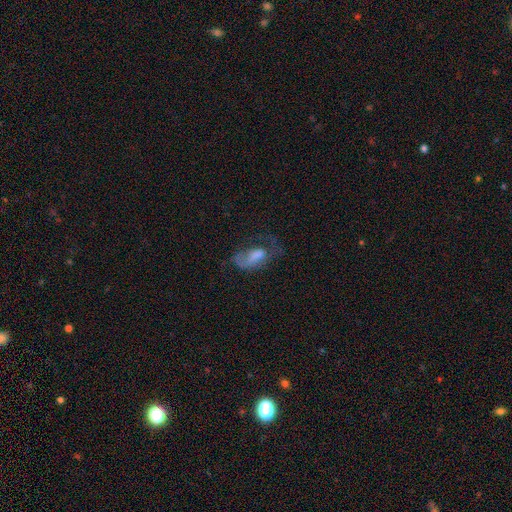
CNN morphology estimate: A featured or disk galaxy (46%).

Vote fractions:
- Smooth or featured? featured or disk: 46% / smooth: 40% / star or artifact: 13%
- Merging? major disturbance: 47% / none: 29% / minor disturbance: 20% / merger: 3%